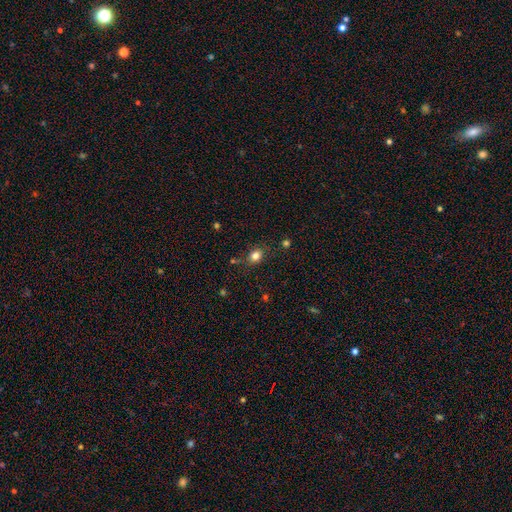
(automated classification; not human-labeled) smooth 81%, star or artifact 12%, featured or disk 7%. Down the decision tree: how rounded — round (56%); merging — none (76%).